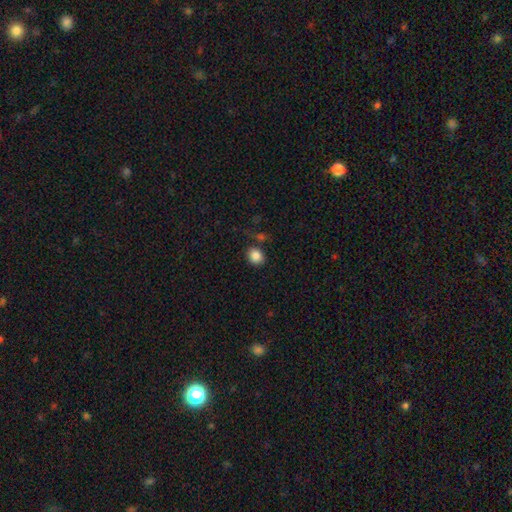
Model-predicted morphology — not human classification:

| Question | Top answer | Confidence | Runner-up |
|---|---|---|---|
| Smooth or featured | smooth | 86% | star or artifact (10%) |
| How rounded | round | 67% | in between (32%) |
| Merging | none | 80% | minor disturbance (11%) |